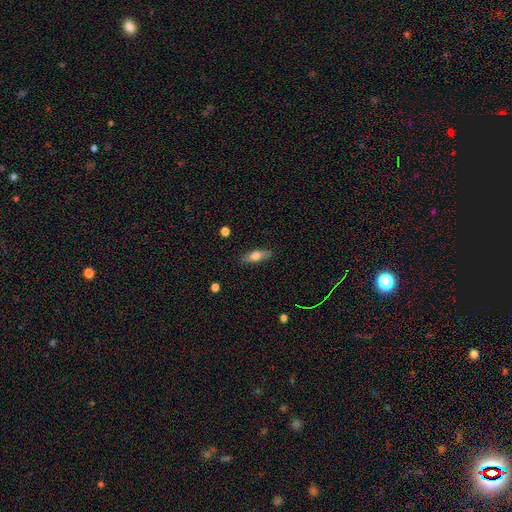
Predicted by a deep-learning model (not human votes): A smooth galaxy with no disk features (69%) that is in between round and cigar-shaped (59%). Merging: none (86%).